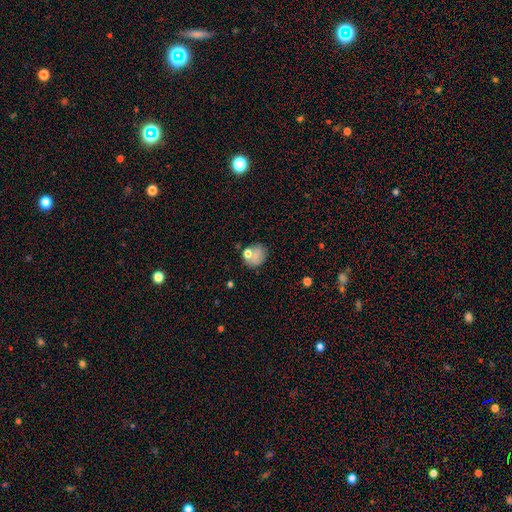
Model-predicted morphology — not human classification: Q: Smooth or featured?
A: smooth (73%); runner-up: featured or disk (14%)
Q: How rounded?
A: round (71%); runner-up: in between (28%)
Q: Merging?
A: none (63%); runner-up: minor disturbance (19%)